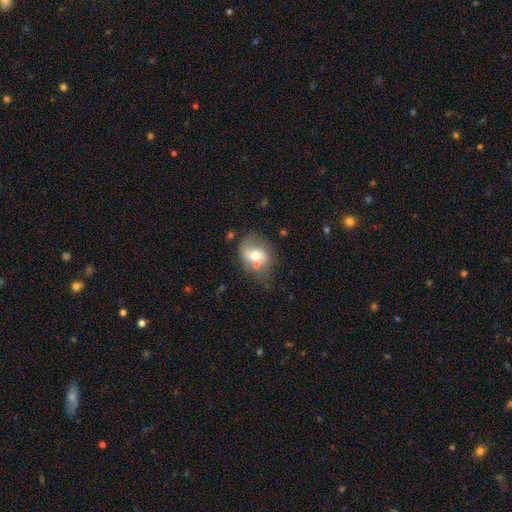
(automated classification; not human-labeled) smooth-or-featured: smooth: 54% | featured or disk: 37% | star or artifact: 9%
  how-rounded: in between: 50% | round: 49% | cigar-shaped: 1%
  merging: none: 44% | minor disturbance: 22% | merger: 22% | major disturbance: 11%